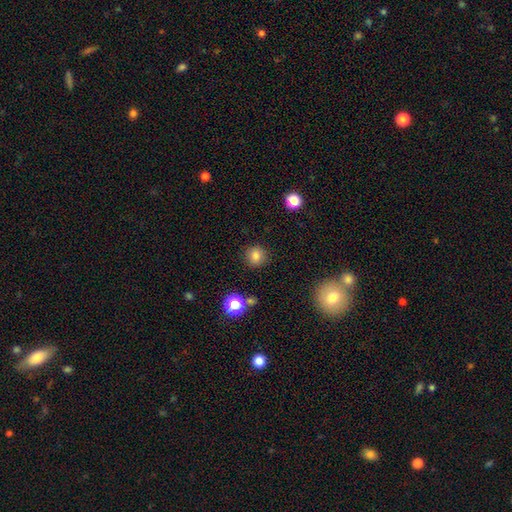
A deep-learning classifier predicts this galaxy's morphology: This appears to be a smooth galaxy with no disk features (82%) that is round (91%). Merging: none (89%).